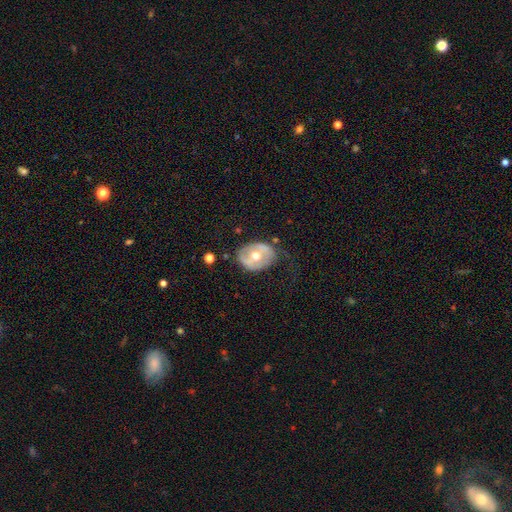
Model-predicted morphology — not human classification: This appears to be a featured or disk galaxy (56%) with no bar (53%), no spiral arms (67%) and a moderate central bulge (78%). Merging: none (57%).